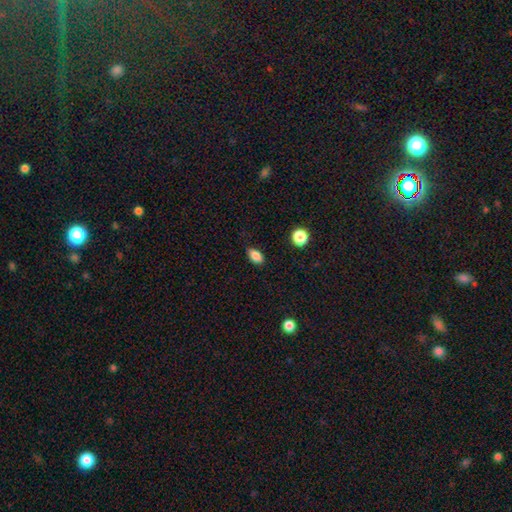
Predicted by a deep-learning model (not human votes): Q: Smooth or featured?
A: smooth (85%); runner-up: star or artifact (10%)
Q: How rounded?
A: in between (87%); runner-up: round (9%)
Q: Merging?
A: none (83%); runner-up: minor disturbance (13%)